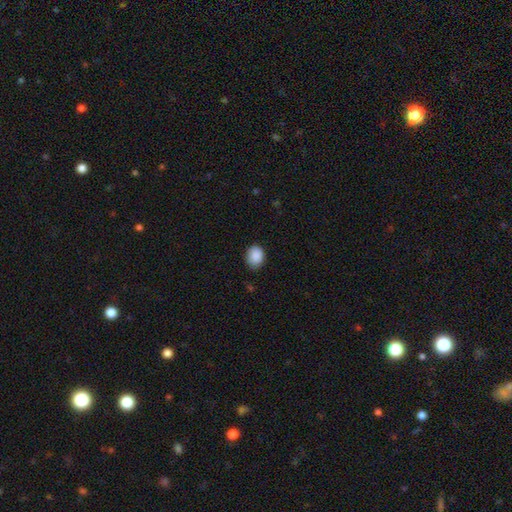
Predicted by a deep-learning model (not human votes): Q: Smooth or featured?
A: smooth (89%); runner-up: star or artifact (8%)
Q: How rounded?
A: in between (50%); runner-up: round (49%)
Q: Merging?
A: none (78%); runner-up: minor disturbance (18%)